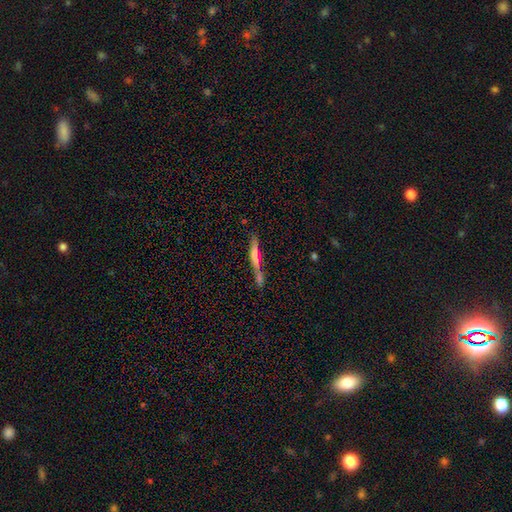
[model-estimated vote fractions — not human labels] smooth 49%, featured or disk 43%, star or artifact 8%. Down the decision tree: merging — none (58%).